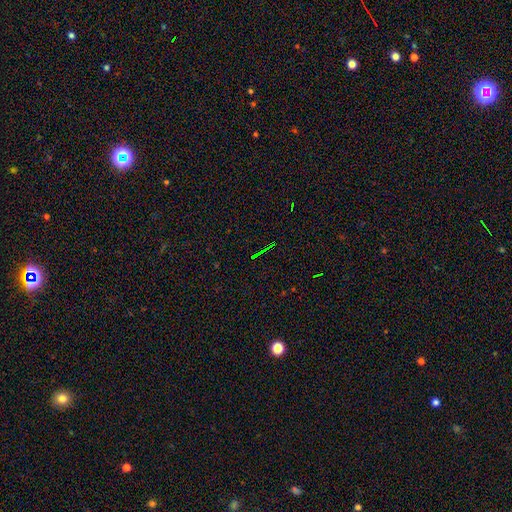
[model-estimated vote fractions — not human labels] smooth_or_featured: star or artifact (p=0.74) [alt: smooth p=0.13]